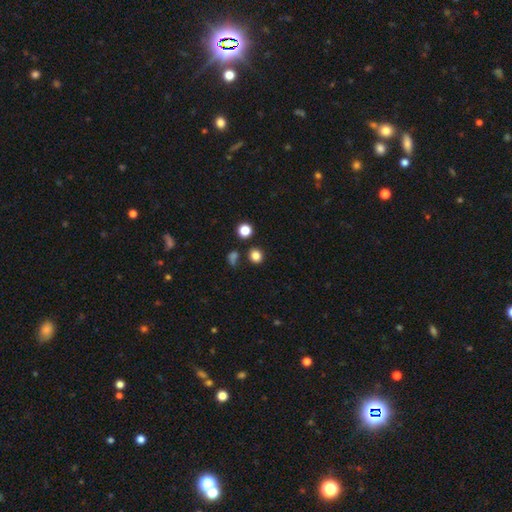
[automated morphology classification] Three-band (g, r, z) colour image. It shows a smooth galaxy with no disk features (83%) that is round (80%). Merging: none (82%).